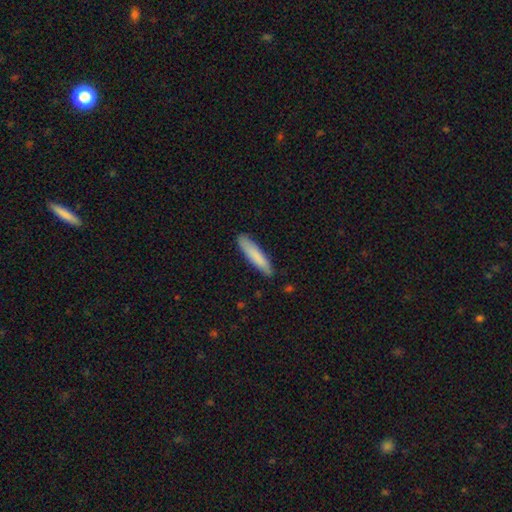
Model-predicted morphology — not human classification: A smooth galaxy with no disk features (83%) that is cigar-shaped (86%).

Vote fractions:
- Smooth or featured? smooth: 83% / featured or disk: 11% / star or artifact: 6%
- How rounded? cigar-shaped: 86% / in between: 13% / round: 1%
- Merging? none: 86% / minor disturbance: 11% / major disturbance: 2% / merger: 1%